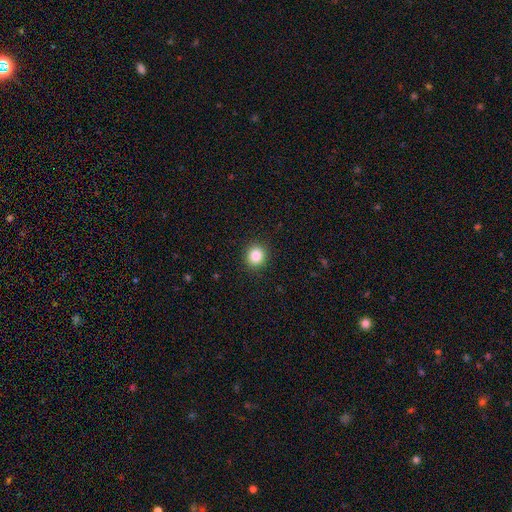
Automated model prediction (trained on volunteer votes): A smooth galaxy with no disk features (85%) that is round (86%). Merging: none (91%).